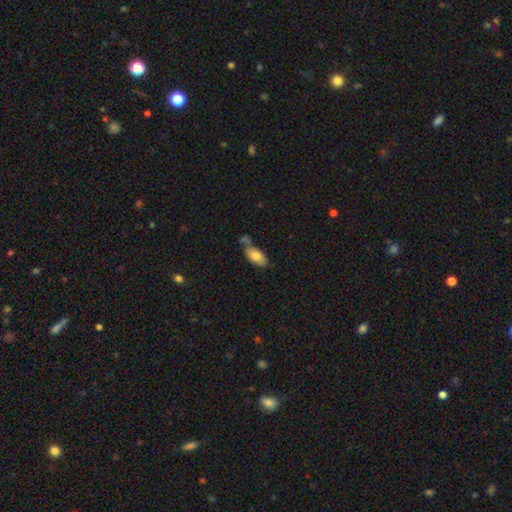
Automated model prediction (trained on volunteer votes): A smooth galaxy with no disk features (79%) that is in between round and cigar-shaped (90%). Merging: none (50%).